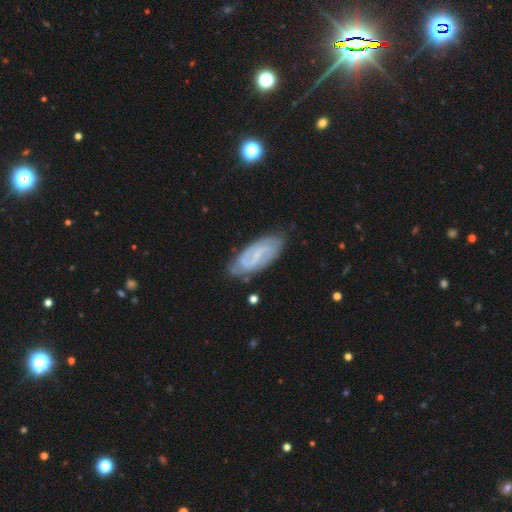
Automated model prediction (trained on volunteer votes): smooth-or-featured: featured or disk: 75% | smooth: 19% | star or artifact: 7%
  disk-edge-on: no: 93% | yes: 7%
    bar: weak: 46% | strong: 32% | no: 22%
    has-spiral-arms: yes: 89% | no: 11%
      spiral-winding: tight: 42% | medium: 39% | loose: 19%
      spiral-arm-count: 2: 70% | can't tell: 18% | 3: 5% | 1: 2% | 4: 2% | more than 4: 2%
    bulge-size: small: 52% | none: 36% | moderate: 10% | large: 1% | dominant: 1%
  merging: none: 76% | minor disturbance: 17% | major disturbance: 4% | merger: 2%